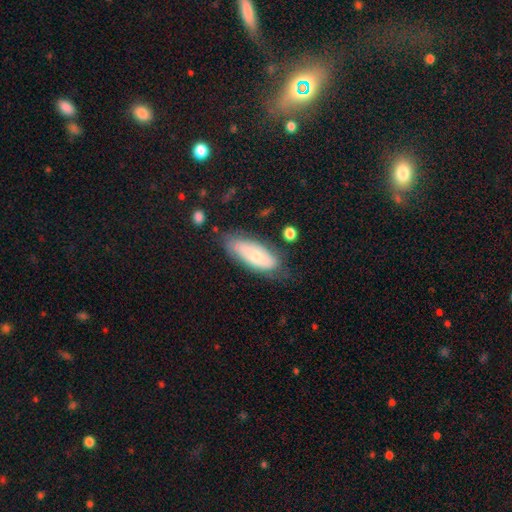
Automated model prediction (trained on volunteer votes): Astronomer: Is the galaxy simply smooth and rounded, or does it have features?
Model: smooth — 60%.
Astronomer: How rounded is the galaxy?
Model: in between — 76%.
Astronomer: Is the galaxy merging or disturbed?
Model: none — 66%.